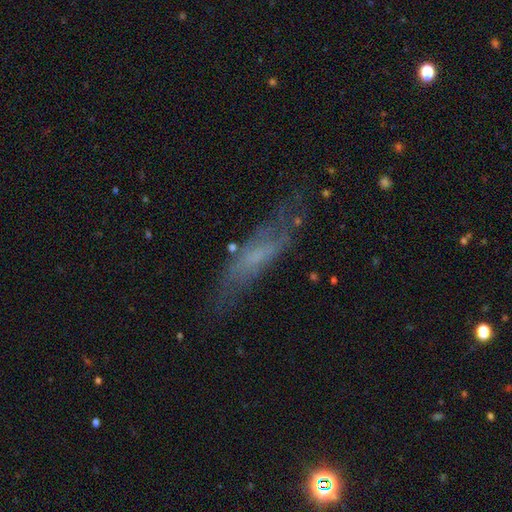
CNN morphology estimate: Smooth or featured? Predicted: featured or disk (p=0.48). Merging? Predicted: none (p=0.58).